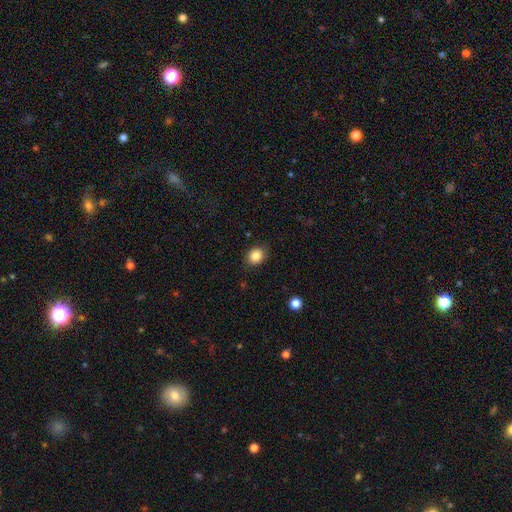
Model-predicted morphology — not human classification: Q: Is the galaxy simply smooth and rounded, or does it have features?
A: smooth — 86%.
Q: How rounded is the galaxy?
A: round — 61%.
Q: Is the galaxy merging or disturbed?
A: none — 86%.